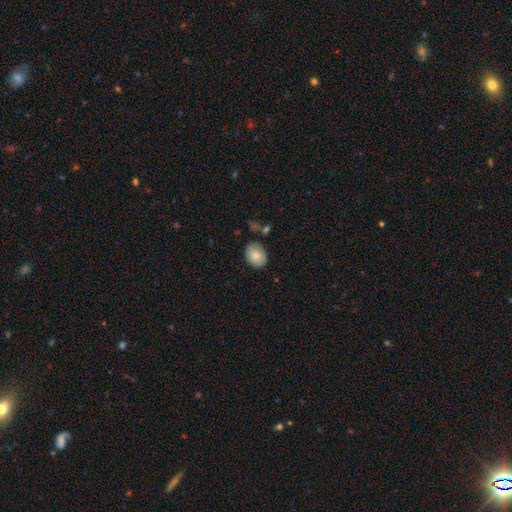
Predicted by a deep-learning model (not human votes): Smooth or featured?
  - smooth: 80% *
  - featured or disk: 13%
  - star or artifact: 7%
How rounded?
  - in between: 65% *
  - round: 34%
  - cigar-shaped: 1%
Merging?
  - none: 72% *
  - minor disturbance: 20%
  - merger: 5%
  - major disturbance: 4%